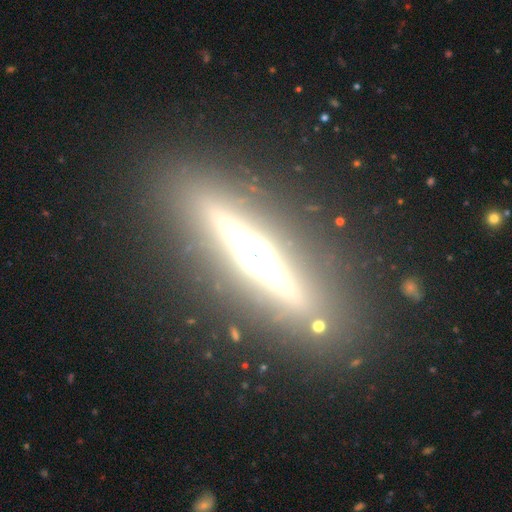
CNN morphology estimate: smooth_or_featured: featured or disk (p=0.79) [alt: smooth p=0.12]
disk_edge_on: yes (p=0.96) [alt: no p=0.04]
edge_on_bulge: rounded (p=0.83) [alt: boxy p=0.12]
merging: none (p=0.88) [alt: minor disturbance p=0.08]